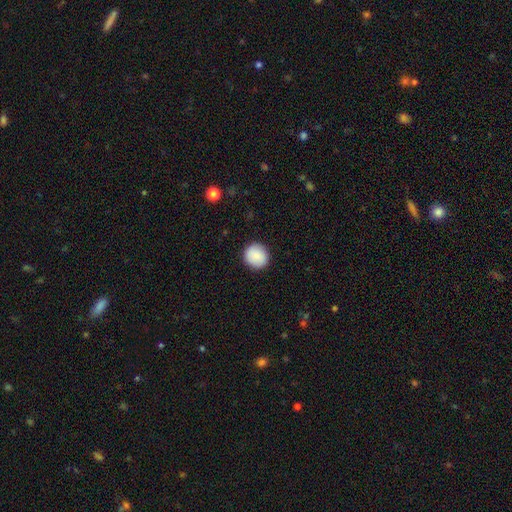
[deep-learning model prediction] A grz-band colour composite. It shows a smooth galaxy with no disk features (89%) that is round (87%). Merging: none (90%).